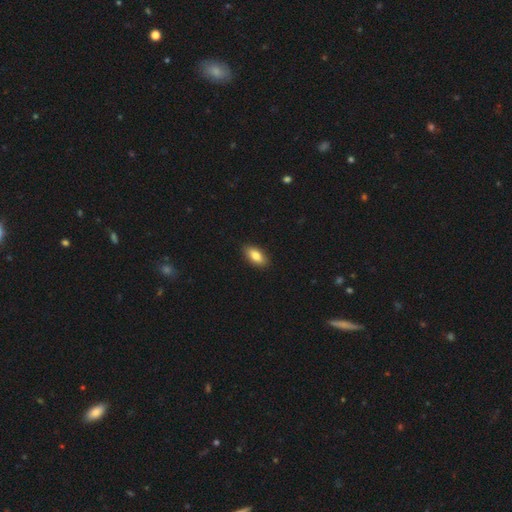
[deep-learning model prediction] Smooth or featured: smooth — 82% (featured or disk — 11%)
How rounded: in between — 90% (cigar-shaped — 7%)
Merging: none — 89% (minor disturbance — 8%)